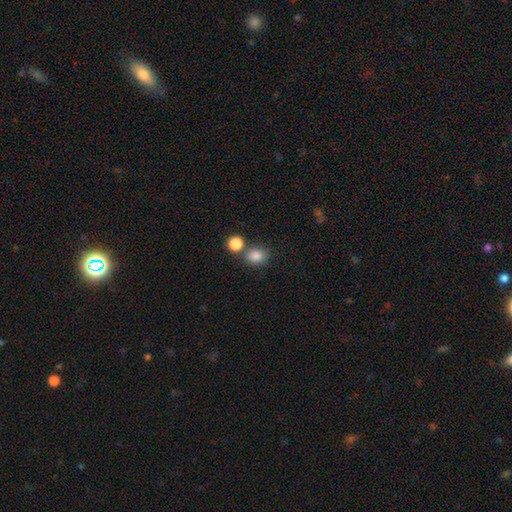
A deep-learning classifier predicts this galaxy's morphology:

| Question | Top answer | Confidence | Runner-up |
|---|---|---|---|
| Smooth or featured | smooth | 84% | star or artifact (11%) |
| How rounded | round | 57% | in between (42%) |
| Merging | none | 63% | merger (22%) |